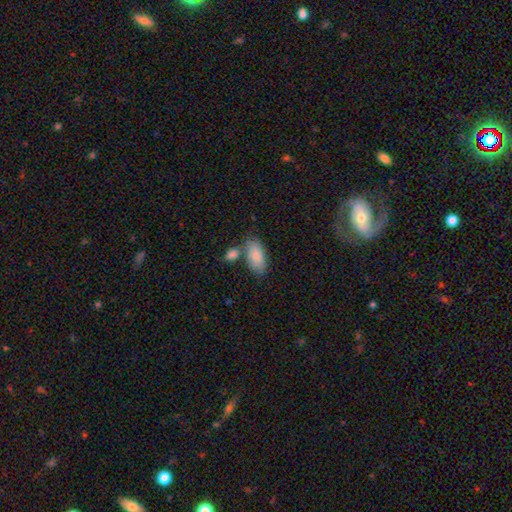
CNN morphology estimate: Smooth or featured?
  - smooth: 86% *
  - featured or disk: 9%
  - star or artifact: 6%
How rounded?
  - in between: 93% *
  - cigar-shaped: 4%
  - round: 3%
Merging?
  - none: 59% *
  - merger: 21%
  - minor disturbance: 16%
  - major disturbance: 4%